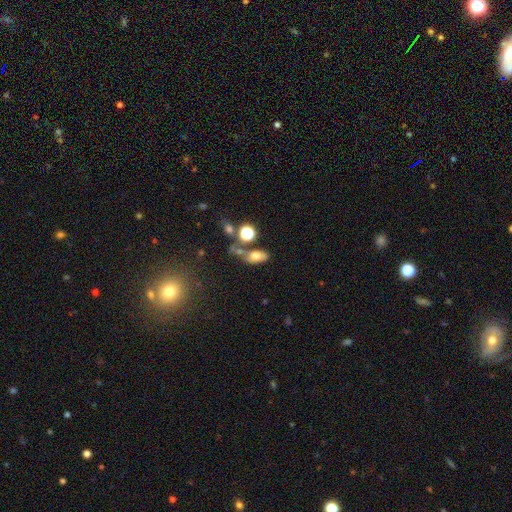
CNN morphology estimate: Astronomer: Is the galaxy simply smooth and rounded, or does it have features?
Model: smooth — 66%.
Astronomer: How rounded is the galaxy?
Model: in between — 83%.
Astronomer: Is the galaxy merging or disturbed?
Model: none — 48% (runner-up: merger, 24%).